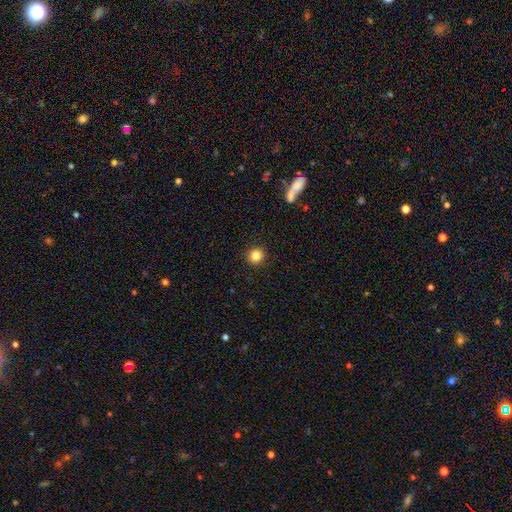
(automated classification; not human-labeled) Smooth or featured?
  - smooth: 83% *
  - star or artifact: 11%
  - featured or disk: 5%
How rounded?
  - round: 94% *
  - in between: 5%
  - cigar-shaped: 1%
Merging?
  - none: 92% *
  - minor disturbance: 5%
  - major disturbance: 2%
  - merger: 1%